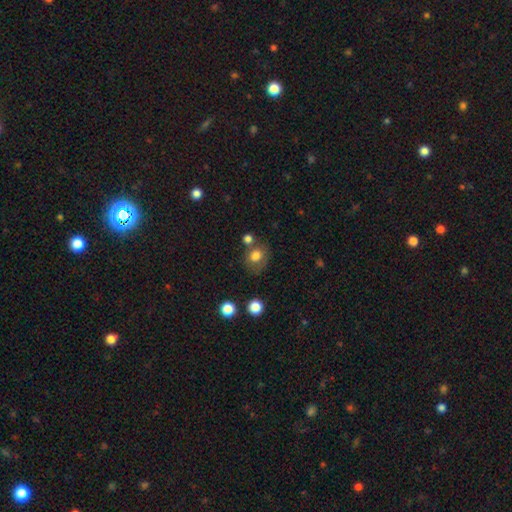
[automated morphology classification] Q: Smooth or featured?
A: smooth (77%); runner-up: featured or disk (12%)
Q: How rounded?
A: round (68%); runner-up: in between (31%)
Q: Merging?
A: none (58%); runner-up: minor disturbance (19%)